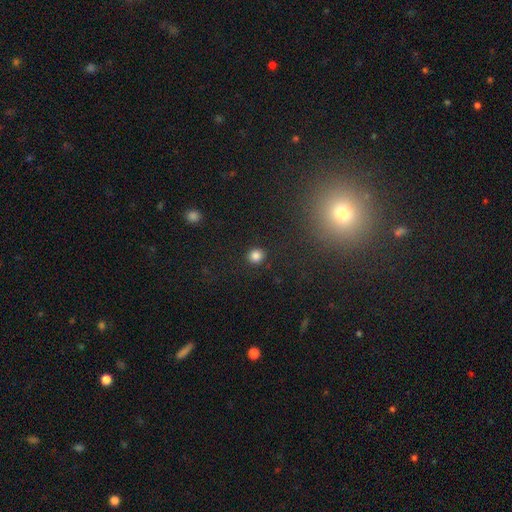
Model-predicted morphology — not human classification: smooth_or_featured: smooth (p=0.84) [alt: star or artifact p=0.12]
how_rounded: round (p=0.87) [alt: in between p=0.12]
merging: none (p=0.90) [alt: minor disturbance p=0.06]